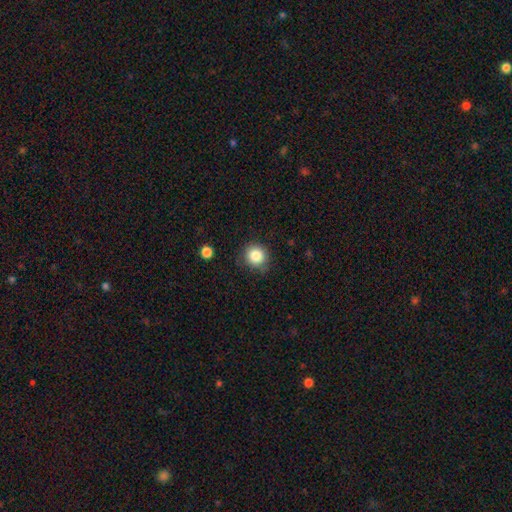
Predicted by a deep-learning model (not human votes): smooth-or-featured: smooth: 84% | star or artifact: 10% | featured or disk: 5%
  how-rounded: round: 88% | in between: 11% | cigar-shaped: 1%
  merging: none: 81% | minor disturbance: 14% | major disturbance: 3% | merger: 2%